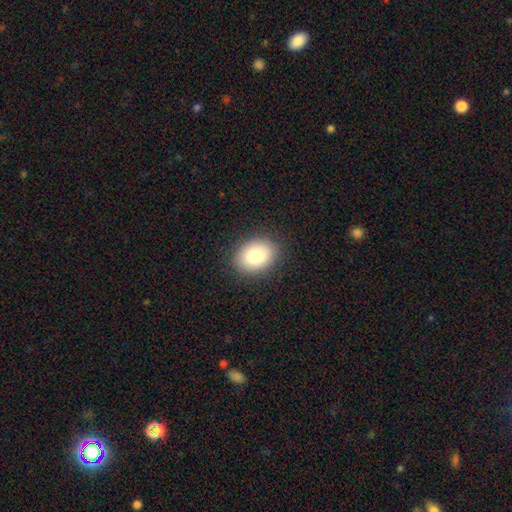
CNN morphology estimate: Smooth or featured? smooth (82%)
How rounded? in between (63%)
Merging? none (88%)